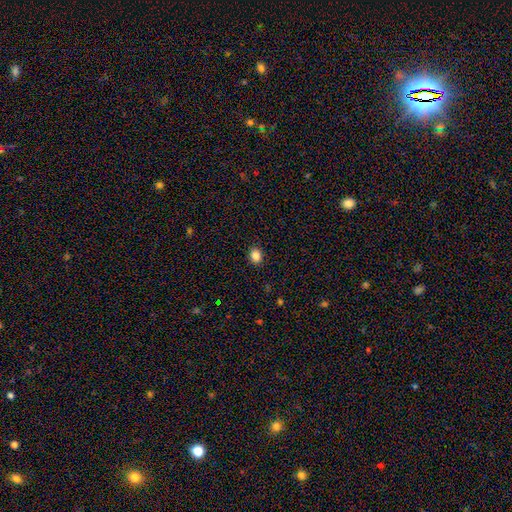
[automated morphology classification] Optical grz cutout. It shows a smooth galaxy with no disk features (86%) that is round (55%). Merging: none (91%).